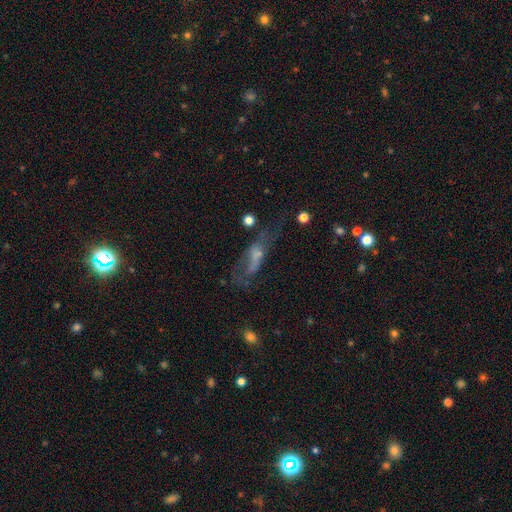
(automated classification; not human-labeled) featured or disk 45%, smooth 39%, star or artifact 16%. Down the decision tree: merging — major disturbance (42%).